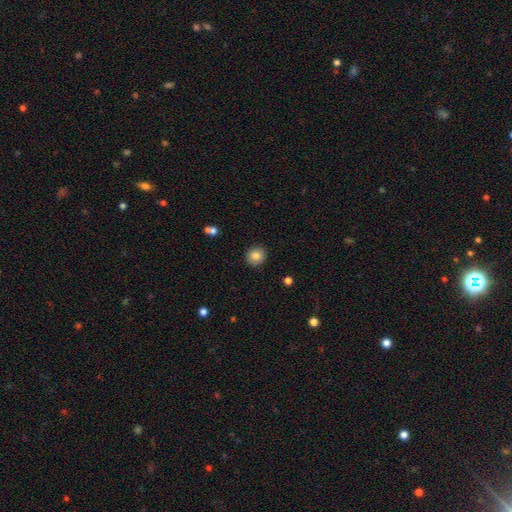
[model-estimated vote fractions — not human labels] Smooth or featured? Predicted: smooth (p=0.83). How rounded? Predicted: round (p=0.87). Merging? Predicted: none (p=0.90).